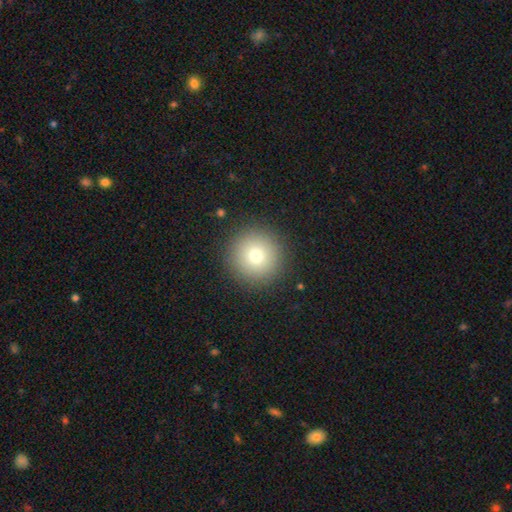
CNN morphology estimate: This appears to be a smooth galaxy with no disk features (77%) that is round (96%). Merging: none (91%).